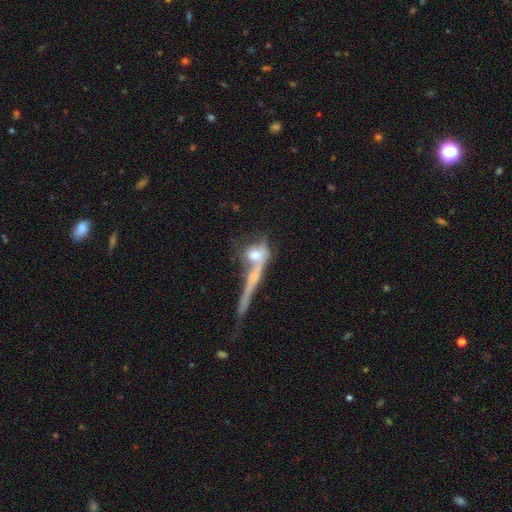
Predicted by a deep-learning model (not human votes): smooth-or-featured: smooth: 50% | featured or disk: 39% | star or artifact: 11%
  merging: merger: 49% | none: 25% | major disturbance: 16% | minor disturbance: 11%